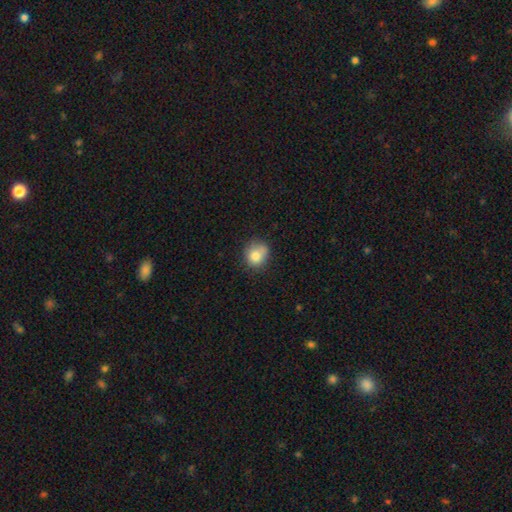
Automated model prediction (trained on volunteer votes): The model was most divided on "merging": none: 57%, minor disturbance: 25%, merger: 10%, major disturbance: 7%. More confident: smooth or featured — smooth (79%); how rounded — round (74%).